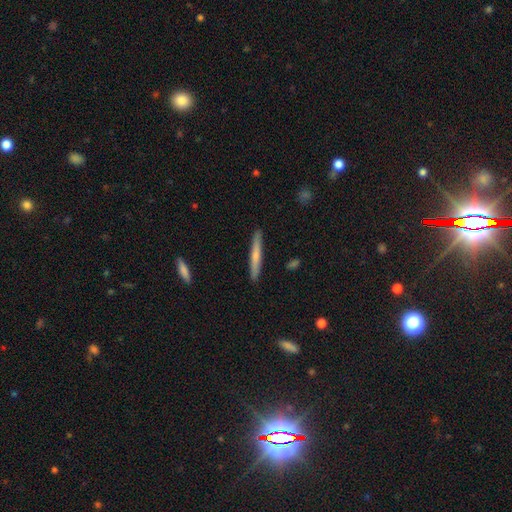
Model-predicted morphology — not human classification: smooth_or_featured: smooth (p=0.59) [alt: featured or disk p=0.35]
how_rounded: cigar-shaped (p=0.95) [alt: in between p=0.03]
merging: none (p=0.91) [alt: minor disturbance p=0.07]